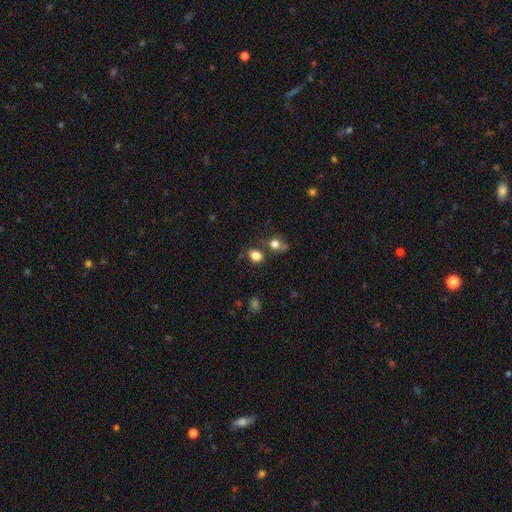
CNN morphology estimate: smooth 82%, star or artifact 12%, featured or disk 6%. Down the decision tree: how rounded — in between (55%); merging — none (65%).